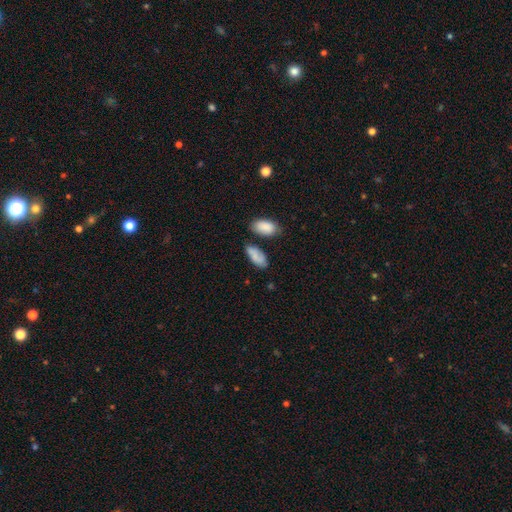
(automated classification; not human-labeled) Morphology: type=smooth (78%); roundness=in between (88%); merging=none (61%).